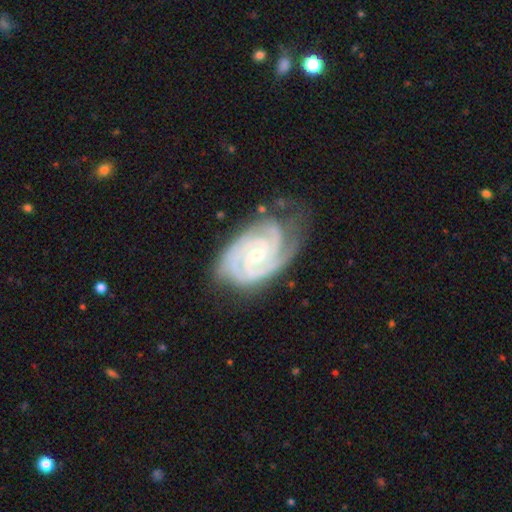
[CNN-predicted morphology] Smooth or featured? Predicted: featured or disk (p=0.92). Edge-on disk? Predicted: no (p=0.97). Bar? Predicted: no (p=0.53). Spiral arms? Predicted: yes (p=0.99). Spiral winding? Predicted: tight (p=0.77). Spiral arm count? Predicted: 3 (p=0.44). Bulge size? Predicted: small (p=0.54). Merging? Predicted: none (p=0.69).